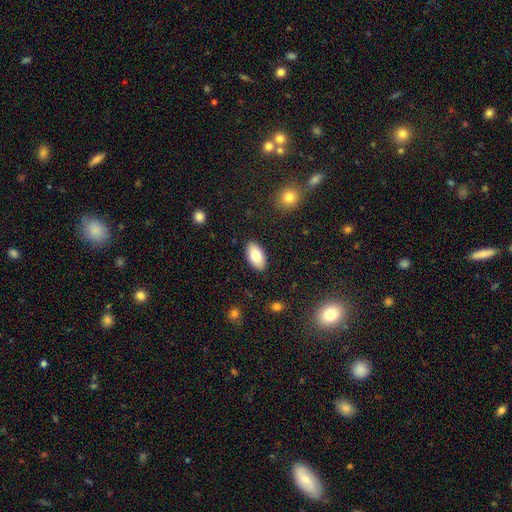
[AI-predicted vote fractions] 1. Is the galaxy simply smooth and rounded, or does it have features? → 80% smooth, 14% featured or disk, 7% star or artifact.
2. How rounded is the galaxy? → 95% in between, 3% round, 2% cigar-shaped.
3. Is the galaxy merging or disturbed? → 89% none, 8% minor disturbance, 2% major disturbance, 1% merger.